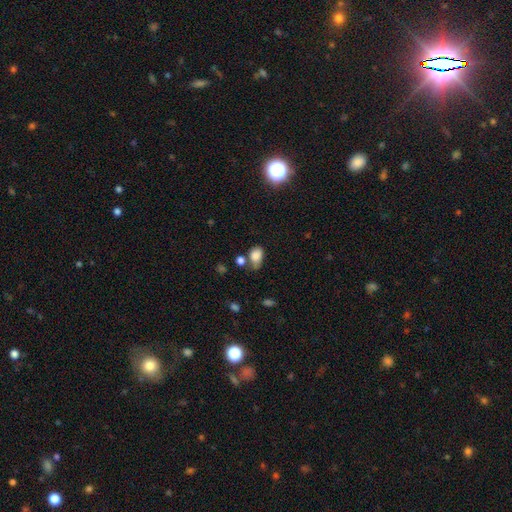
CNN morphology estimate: Overall: smooth (81%). How rounded: in between (78%). Merging: none (37%; minor disturbance 29%).